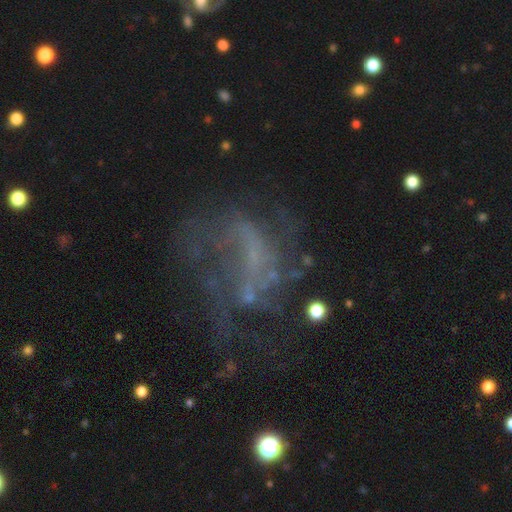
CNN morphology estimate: This is likely a featured or disk galaxy (65%). It is clearly not viewed edge-on (97%). Bar: likely no (61%). Spiral arm pattern: possibly yes (53%). Central bulge: possibly none (60%). Merging: marginally major disturbance (40%).